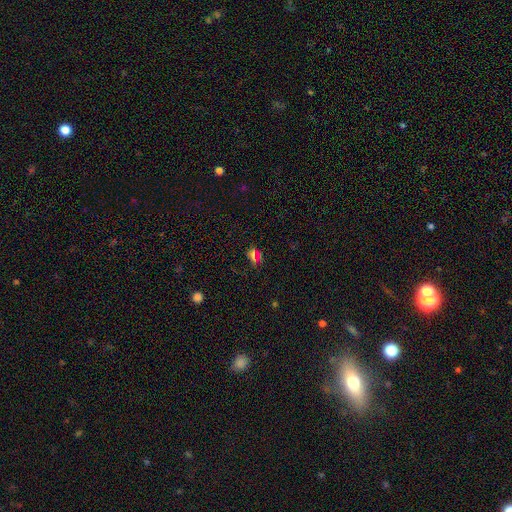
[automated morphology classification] Smooth or featured? Predicted: smooth (p=0.53). How rounded? Predicted: round (p=0.53). Merging? Predicted: none (p=0.68).